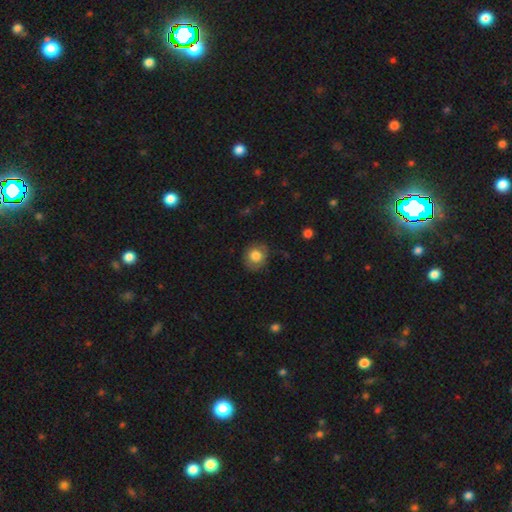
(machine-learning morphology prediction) A smooth galaxy with no disk features (77%) that is round (80%). Merging: none (78%).